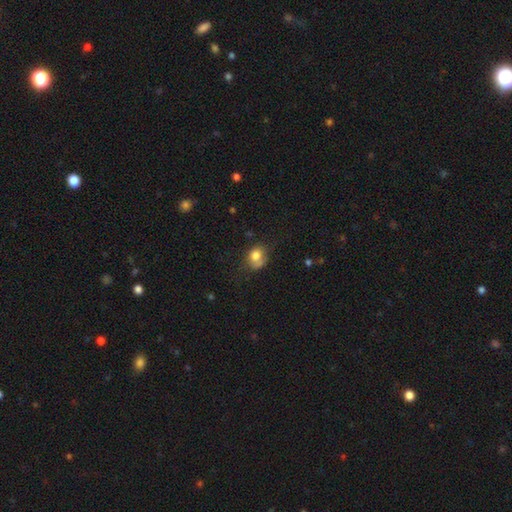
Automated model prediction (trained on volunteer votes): The model was most divided on "how rounded": round: 50%, in between: 49%, cigar-shaped: 1%. Remaining: smooth or featured — smooth (76%); merging — none (44%).